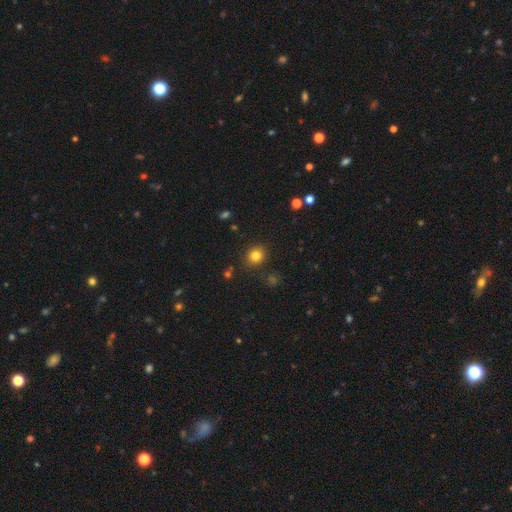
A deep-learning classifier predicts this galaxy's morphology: A smooth galaxy with no disk features (82%) that is round (81%).

Vote fractions:
- Smooth or featured? smooth: 82% / star or artifact: 13% / featured or disk: 6%
- How rounded? round: 81% / in between: 18% / cigar-shaped: 1%
- Merging? none: 87% / minor disturbance: 8% / major disturbance: 3% / merger: 2%